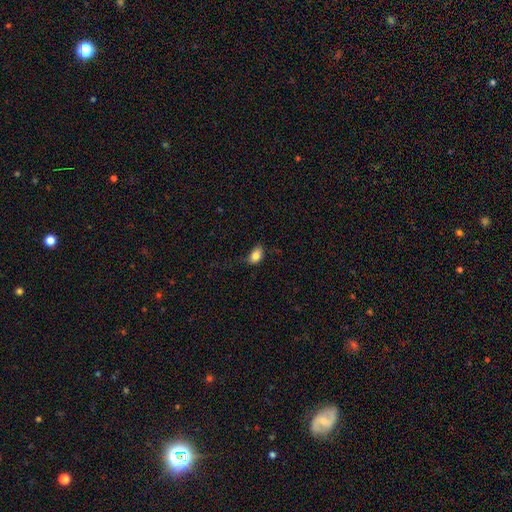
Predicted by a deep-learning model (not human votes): The model was most divided on "merging": none: 48%, minor disturbance: 34%, major disturbance: 16%, merger: 2%. More confident: smooth or featured — smooth (84%); how rounded — in between (82%).